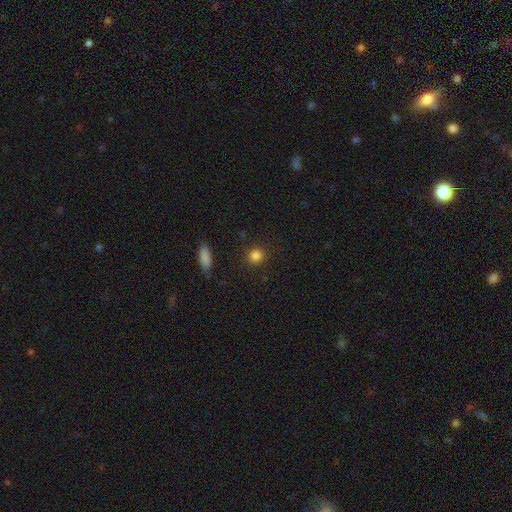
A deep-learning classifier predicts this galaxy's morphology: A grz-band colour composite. It shows a smooth galaxy with no disk features (84%) that is round (89%). Merging: none (89%).